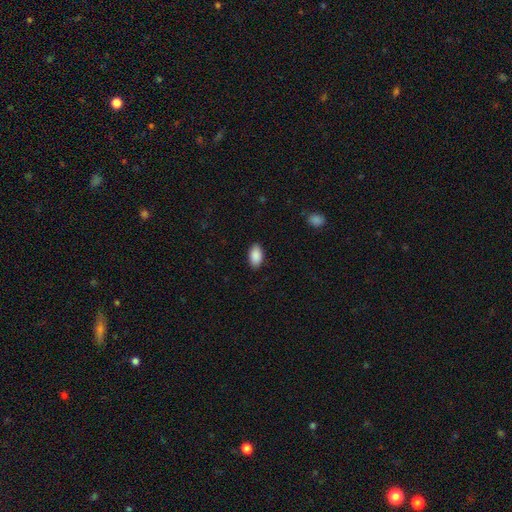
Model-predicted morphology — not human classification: smooth 90%, star or artifact 7%, featured or disk 3%. Down the decision tree: how rounded — in between (95%); merging — none (88%).